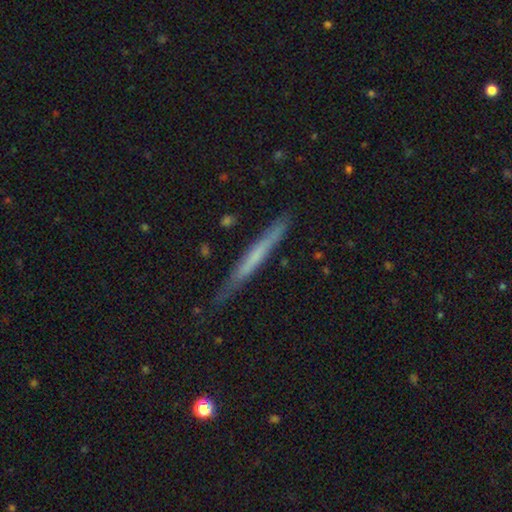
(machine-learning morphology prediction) Q: Smooth or featured?
A: featured or disk (47%); runner-up: smooth (46%)
Q: Merging?
A: none (82%); runner-up: minor disturbance (14%)